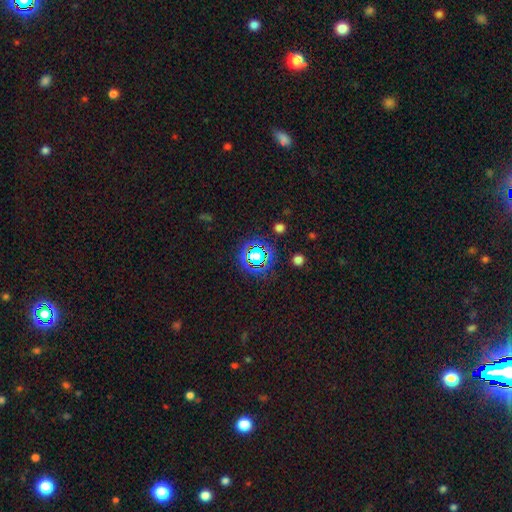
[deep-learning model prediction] smooth_or_featured: star or artifact (p=0.61) [alt: smooth p=0.29]